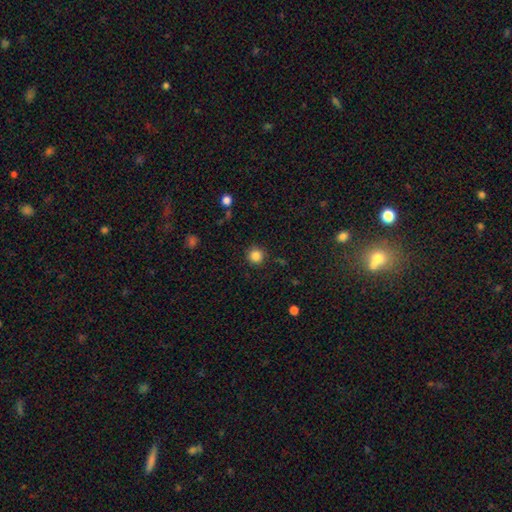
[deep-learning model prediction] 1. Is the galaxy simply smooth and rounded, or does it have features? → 85% smooth, 11% star or artifact, 4% featured or disk.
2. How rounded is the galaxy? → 95% round, 4% in between, 1% cigar-shaped.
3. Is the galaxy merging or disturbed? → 89% none, 7% minor disturbance, 2% major disturbance, 1% merger.